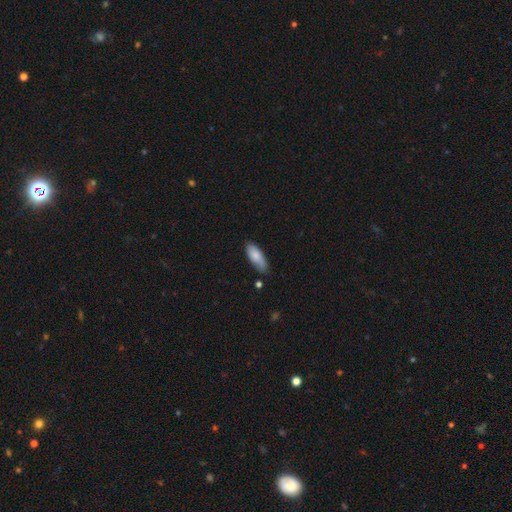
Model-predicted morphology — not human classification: A smooth galaxy with no disk features (80%) that is in between round and cigar-shaped (75%). Merging: none (73%).